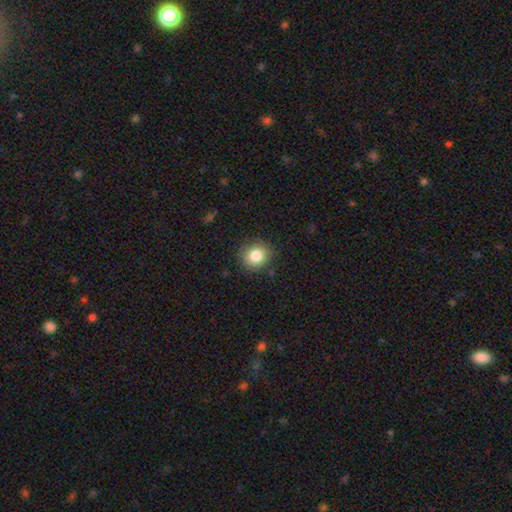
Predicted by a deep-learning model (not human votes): A smooth galaxy with no disk features (83%) that is round (82%). Merging: none (87%).